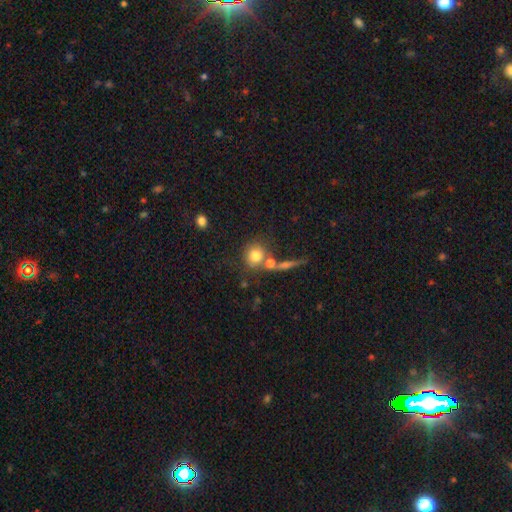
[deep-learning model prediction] A smooth galaxy with no disk features (78%) that is round (83%). Merging: none (58%).